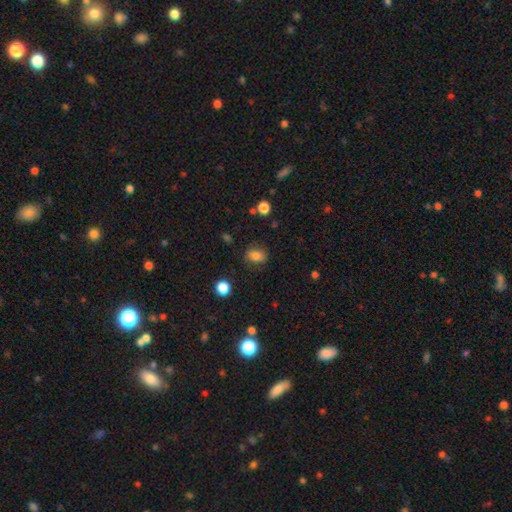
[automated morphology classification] Smooth or featured? smooth (80%)
How rounded? in between (61%)
Merging? none (81%)